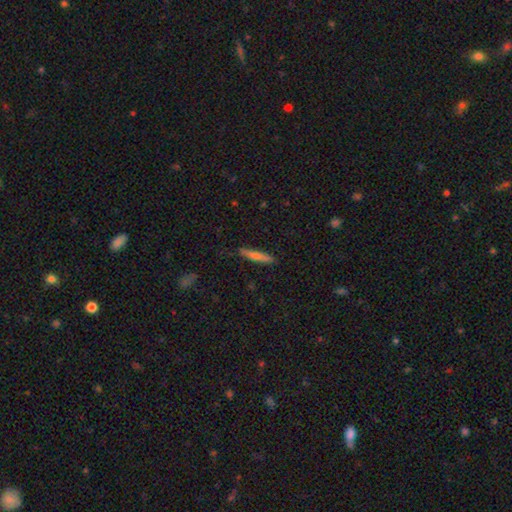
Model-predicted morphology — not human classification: type=smooth (61%); roundness=cigar-shaped (92%); merging=none (86%).